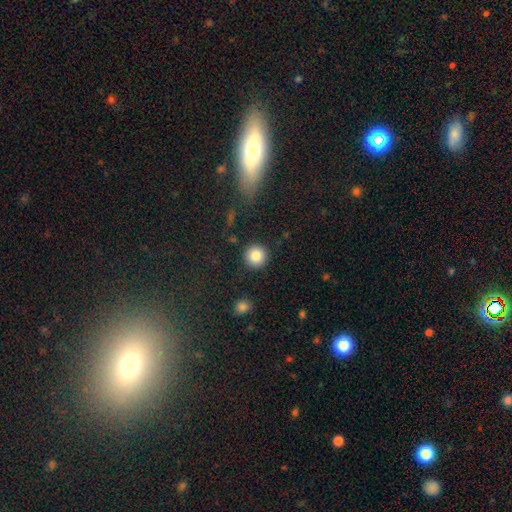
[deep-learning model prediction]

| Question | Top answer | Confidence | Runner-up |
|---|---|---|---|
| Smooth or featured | smooth | 86% | star or artifact (9%) |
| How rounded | round | 95% | in between (4%) |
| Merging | none | 90% | minor disturbance (6%) |